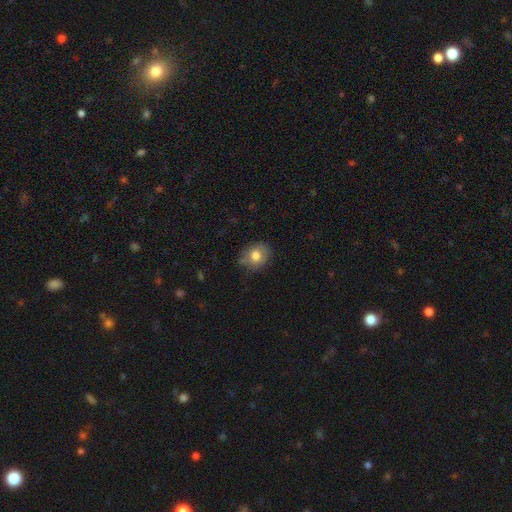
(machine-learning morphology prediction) Smooth or featured? smooth (75%)
How rounded? round (65%)
Merging? none (75%)